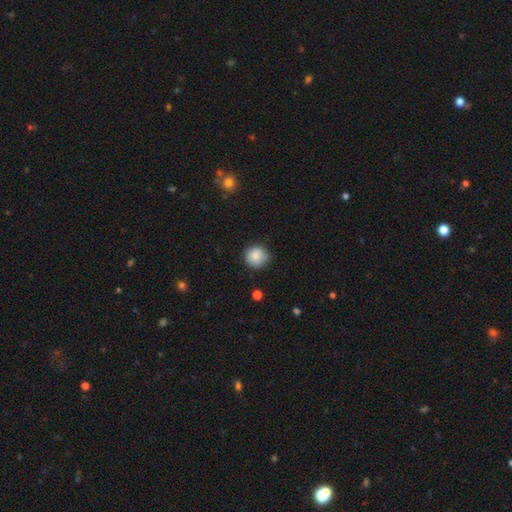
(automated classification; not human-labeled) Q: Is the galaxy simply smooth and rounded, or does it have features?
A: smooth — 86%.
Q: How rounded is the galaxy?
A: round — 92%.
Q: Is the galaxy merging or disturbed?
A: none — 85%.